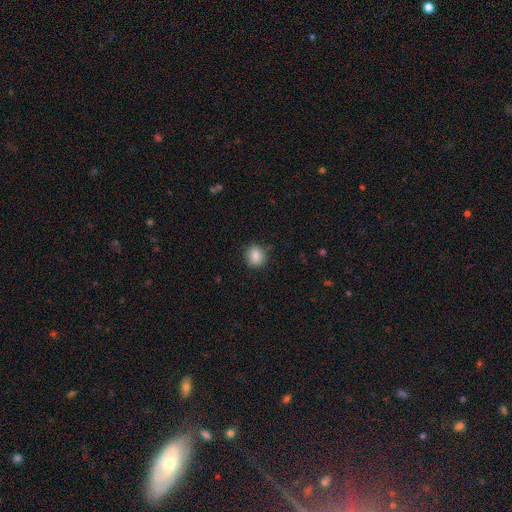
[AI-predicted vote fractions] This appears to be a smooth galaxy with no disk features (85%) that is round (80%). Merging: none (84%).